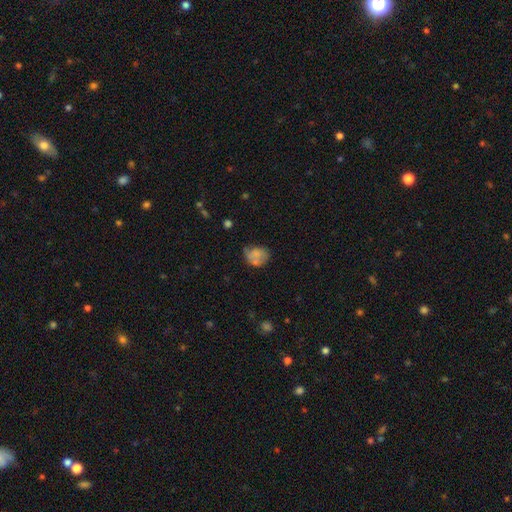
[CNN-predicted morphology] smooth_or_featured: smooth (p=0.63) [alt: featured or disk p=0.27]
how_rounded: in between (p=0.52) [alt: round p=0.46]
merging: none (p=0.39) [alt: minor disturbance p=0.29]